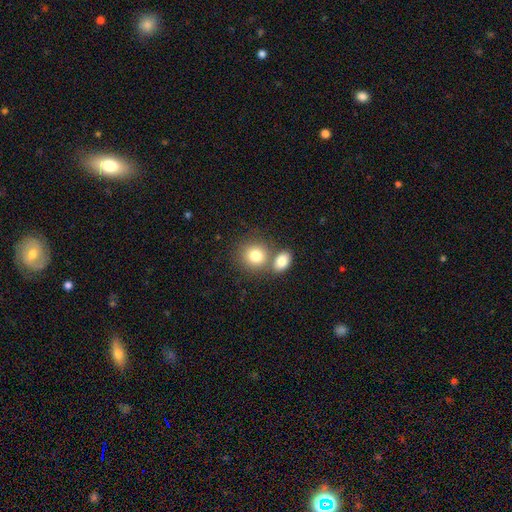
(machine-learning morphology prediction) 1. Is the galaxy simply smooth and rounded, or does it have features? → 81% smooth, 10% featured or disk, 9% star or artifact.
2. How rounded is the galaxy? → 78% round, 21% in between, 1% cigar-shaped.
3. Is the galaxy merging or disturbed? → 52% none, 36% merger, 9% minor disturbance, 3% major disturbance.